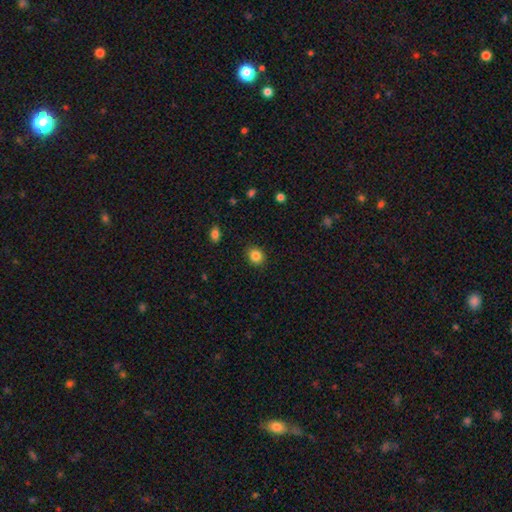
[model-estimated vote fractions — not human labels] smooth 85%, star or artifact 10%, featured or disk 5%. Down the decision tree: how rounded — round (68%); merging — none (89%).